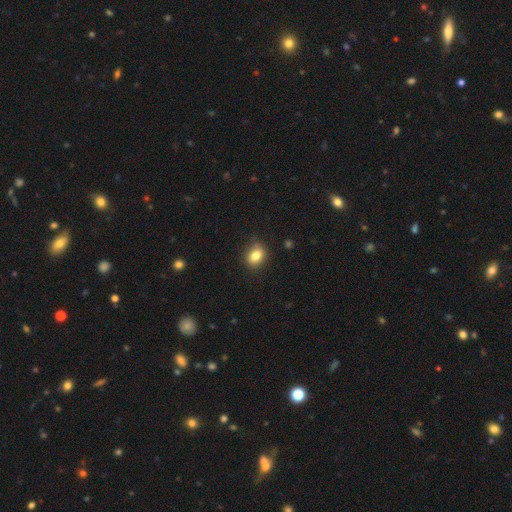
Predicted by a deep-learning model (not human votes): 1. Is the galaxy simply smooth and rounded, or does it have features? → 82% smooth, 10% star or artifact, 8% featured or disk.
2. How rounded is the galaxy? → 53% in between, 46% round, 1% cigar-shaped.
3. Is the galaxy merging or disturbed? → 80% none, 16% minor disturbance, 3% major disturbance, 2% merger.